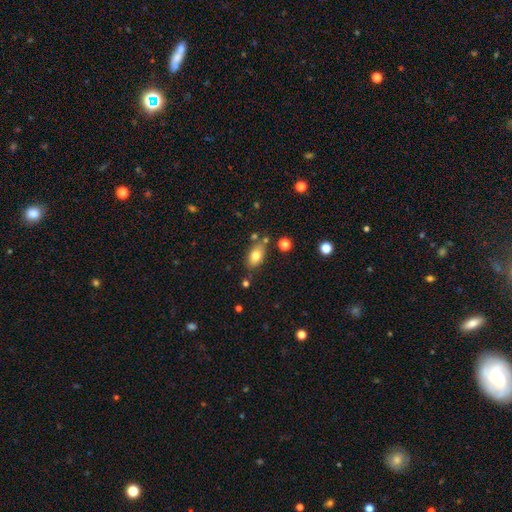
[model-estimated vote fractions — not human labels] smooth_or_featured: smooth (p=0.77) [alt: featured or disk p=0.14]
how_rounded: in between (p=0.87) [alt: round p=0.09]
merging: none (p=0.74) [alt: minor disturbance p=0.15]